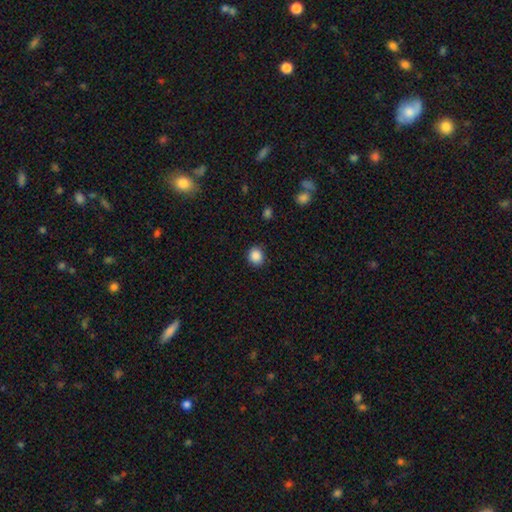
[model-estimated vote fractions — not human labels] smooth-or-featured: smooth: 87% | star or artifact: 10% | featured or disk: 3%
  how-rounded: round: 83% | in between: 16% | cigar-shaped: 1%
  merging: none: 88% | minor disturbance: 8% | major disturbance: 2% | merger: 1%